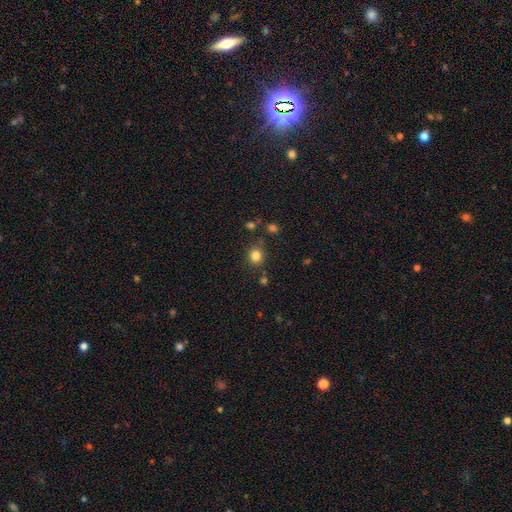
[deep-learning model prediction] smooth_or_featured: smooth (p=0.82) [alt: star or artifact p=0.12]
how_rounded: round (p=0.79) [alt: in between p=0.20]
merging: none (p=0.80) [alt: minor disturbance p=0.11]